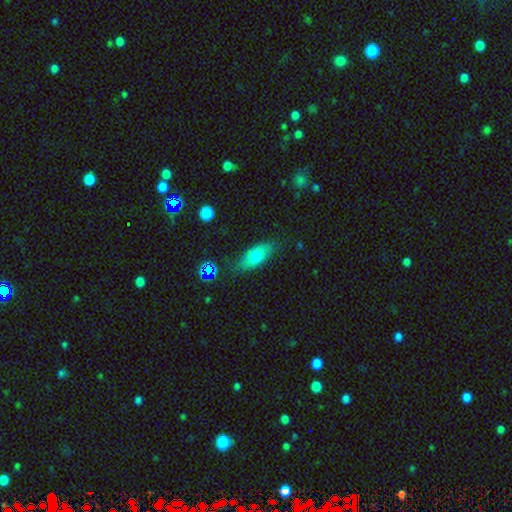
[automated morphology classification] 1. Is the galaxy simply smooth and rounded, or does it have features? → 71% smooth, 20% featured or disk, 9% star or artifact.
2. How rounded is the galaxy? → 77% in between, 19% cigar-shaped, 4% round.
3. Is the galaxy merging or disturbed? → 74% none, 18% minor disturbance, 5% major disturbance, 3% merger.